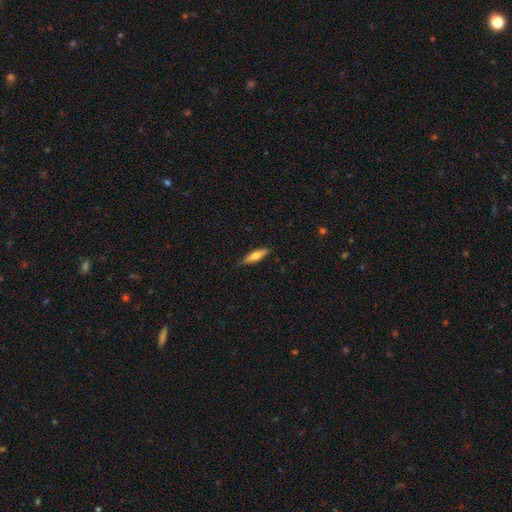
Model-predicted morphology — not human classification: smooth_or_featured: smooth (p=0.60) [alt: featured or disk p=0.34]
how_rounded: cigar-shaped (p=0.69) [alt: in between p=0.29]
merging: none (p=0.85) [alt: minor disturbance p=0.12]